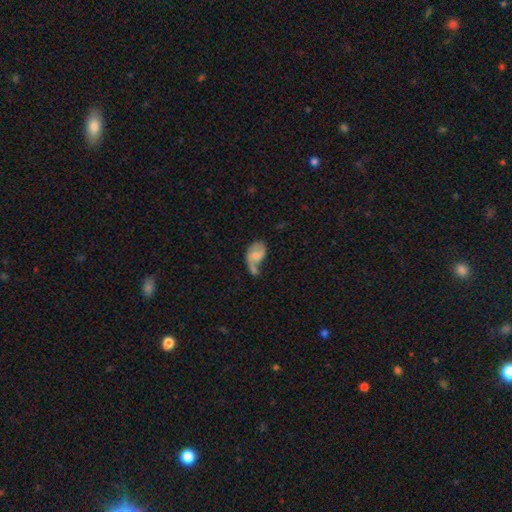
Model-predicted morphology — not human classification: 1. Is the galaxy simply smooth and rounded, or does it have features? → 49% featured or disk, 43% smooth, 8% star or artifact.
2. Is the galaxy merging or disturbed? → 30% major disturbance, 25% merger, 23% minor disturbance, 22% none.